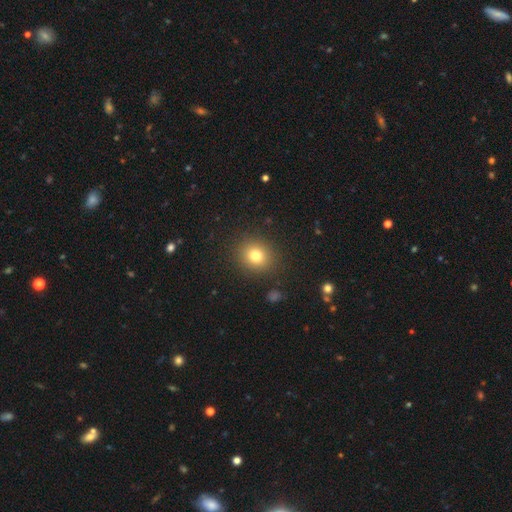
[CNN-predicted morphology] Smooth or featured?
  - smooth: 79% *
  - star or artifact: 13%
  - featured or disk: 9%
How rounded?
  - round: 76% *
  - in between: 23%
  - cigar-shaped: 1%
Merging?
  - none: 89% *
  - minor disturbance: 7%
  - major disturbance: 3%
  - merger: 1%